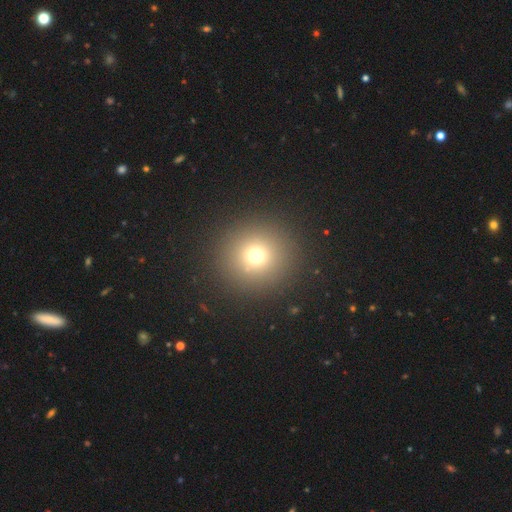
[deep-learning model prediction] This is likely a smooth galaxy (70%). How rounded: clearly round (95%). Merging: clearly none (91%).